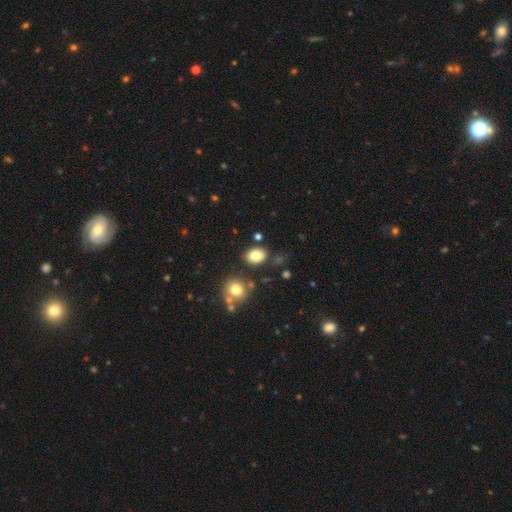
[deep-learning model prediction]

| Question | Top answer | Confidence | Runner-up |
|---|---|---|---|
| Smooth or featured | smooth | 82% | star or artifact (10%) |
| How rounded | in between | 67% | round (32%) |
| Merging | none | 80% | minor disturbance (11%) |